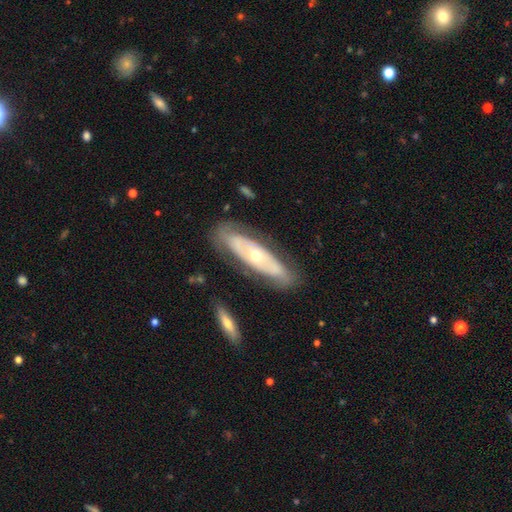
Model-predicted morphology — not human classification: smooth_or_featured: featured or disk (p=0.69) [alt: smooth p=0.25]
disk_edge_on: no (p=0.76) [alt: yes p=0.24]
bar: no (p=0.86) [alt: weak p=0.10]
has_spiral_arms: no (p=0.58) [alt: yes p=0.42]
bulge_size: small (p=0.49) [alt: moderate p=0.47]
merging: none (p=0.76) [alt: minor disturbance p=0.16]